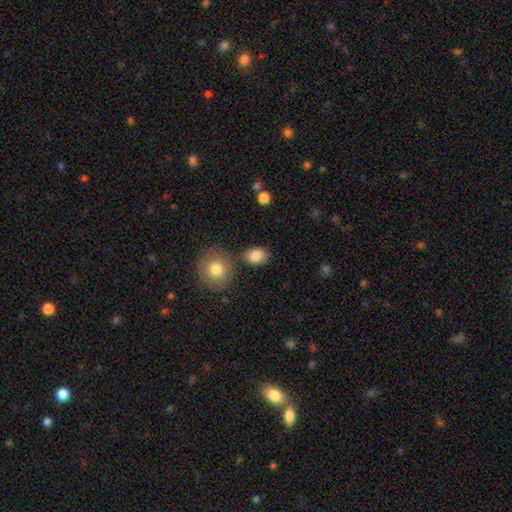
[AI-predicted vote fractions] A smooth galaxy with no disk features (86%) that is in between round and cigar-shaped (71%). Merging: none (75%).